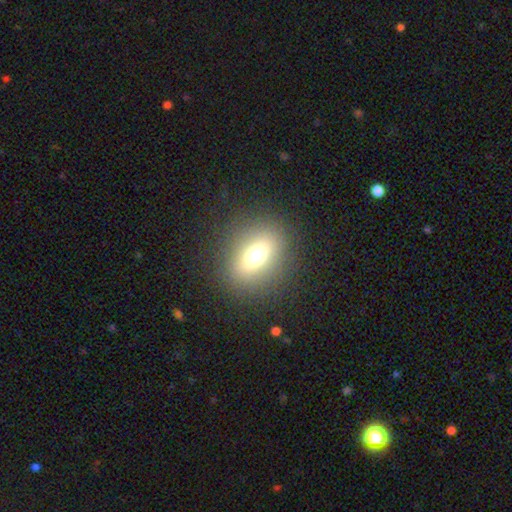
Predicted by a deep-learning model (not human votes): Smooth or featured?
  - smooth: 65% *
  - featured or disk: 18%
  - star or artifact: 17%
How rounded?
  - in between: 53% *
  - round: 44%
  - cigar-shaped: 3%
Merging?
  - none: 85% *
  - minor disturbance: 8%
  - major disturbance: 5%
  - merger: 1%